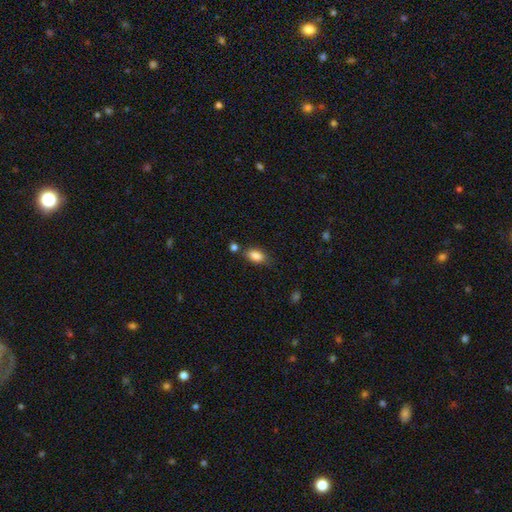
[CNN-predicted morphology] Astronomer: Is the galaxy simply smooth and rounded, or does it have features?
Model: smooth — 86%.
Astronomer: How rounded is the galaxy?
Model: in between — 88%.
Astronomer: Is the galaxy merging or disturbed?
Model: none — 68%.